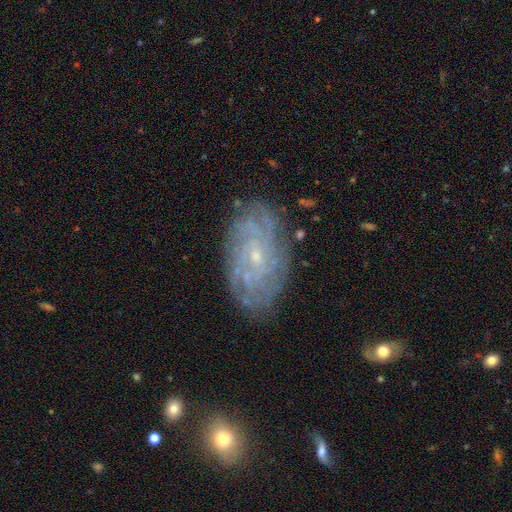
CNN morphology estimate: smooth-or-featured: featured or disk: 79% | smooth: 12% | star or artifact: 9%
  disk-edge-on: no: 95% | yes: 5%
    bar: no: 64% | weak: 30% | strong: 6%
    has-spiral-arms: yes: 93% | no: 7%
      spiral-winding: tight: 71% | medium: 22% | loose: 7%
      spiral-arm-count: can't tell: 42% | 4: 17% | more than 4: 15% | 3: 10% | 2: 10% | 1: 6%
    bulge-size: small: 81% | moderate: 15% | none: 3% | large: 1% | dominant: 1%
  merging: none: 82% | minor disturbance: 13% | major disturbance: 4% | merger: 1%